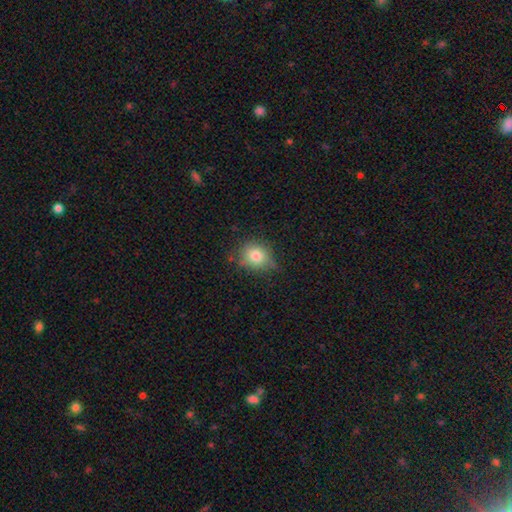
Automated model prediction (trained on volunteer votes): Smooth or featured? Predicted: smooth (p=0.79). How rounded? Predicted: round (p=0.72). Merging? Predicted: none (p=0.64).